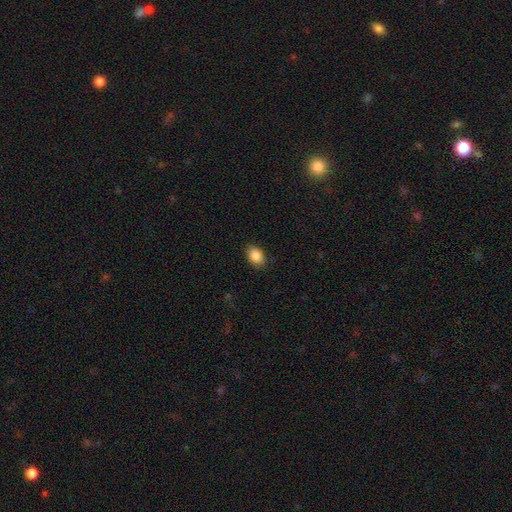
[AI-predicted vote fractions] The model was most divided on "how rounded": in between: 79%, round: 20%, cigar-shaped: 1%. More confident: smooth or featured — smooth (88%); merging — none (86%).